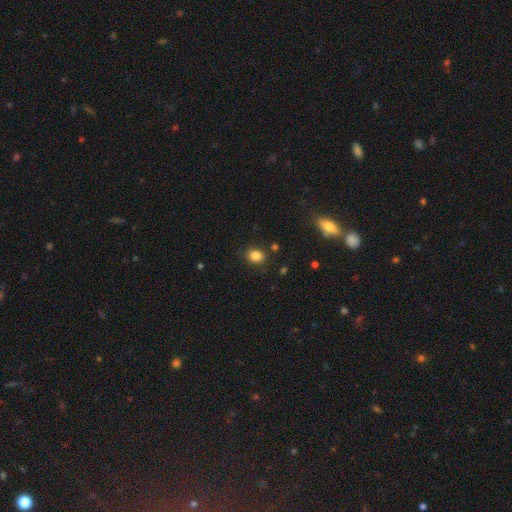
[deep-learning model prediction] Morphology: type=smooth (84%); roundness=in between (54%); merging=none (83%).